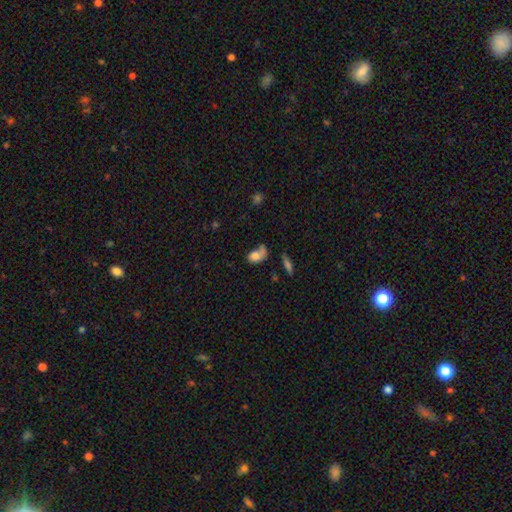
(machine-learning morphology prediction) This is likely a smooth galaxy (69%). How rounded: likely in between (79%). Merging: marginally none (33%).